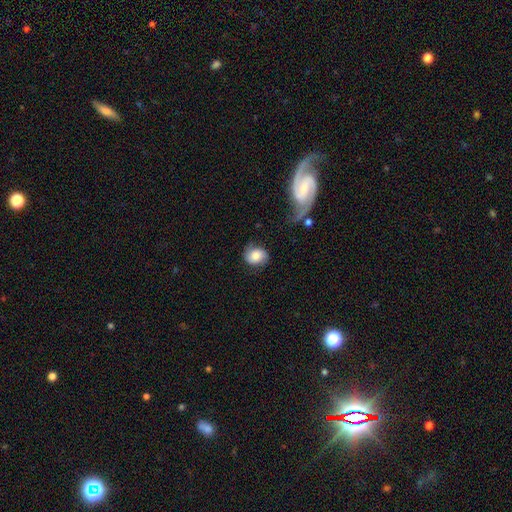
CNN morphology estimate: Smooth or featured: smooth — 54% (featured or disk — 37%)
How rounded: round — 58% (in between — 41%)
Merging: none — 67% (minor disturbance — 22%)